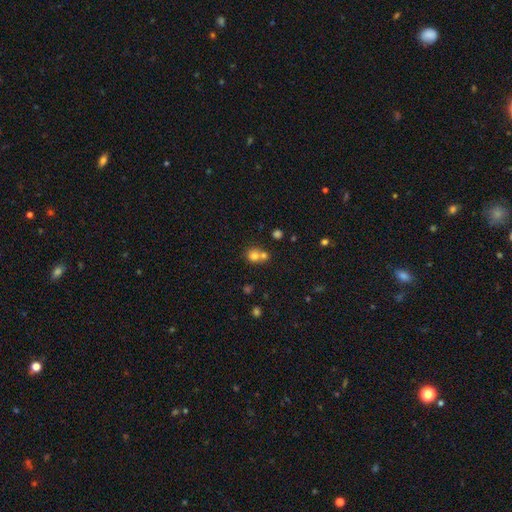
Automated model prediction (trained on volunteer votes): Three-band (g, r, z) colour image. It shows a smooth galaxy with no disk features (76%) that is round (83%). Merging: merger (49%).